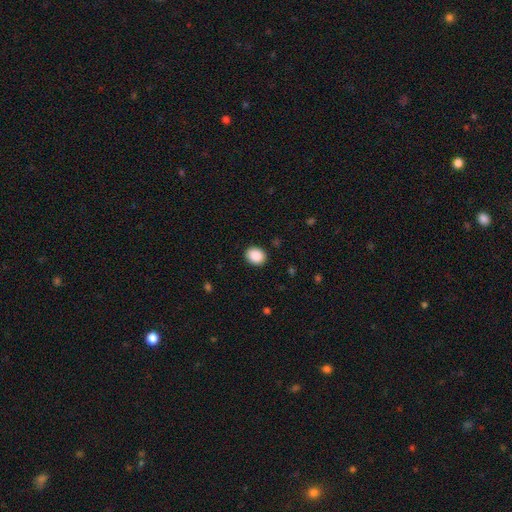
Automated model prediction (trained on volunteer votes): Overall: smooth (90%). How rounded: round (58%; in between 41%). Merging: none (90%).